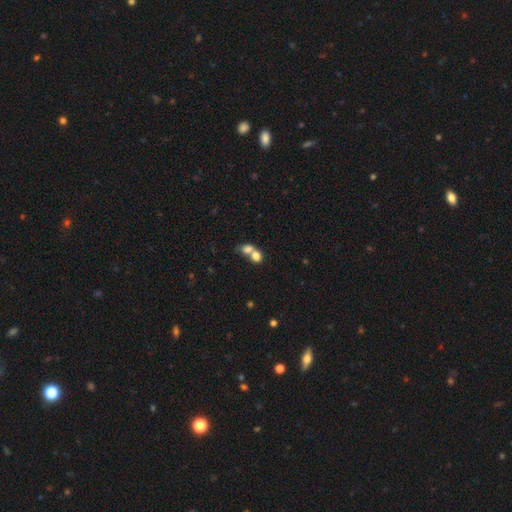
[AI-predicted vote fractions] Overall: smooth (75%). How rounded: round (54%; in between 45%). Merging: merger (69%).